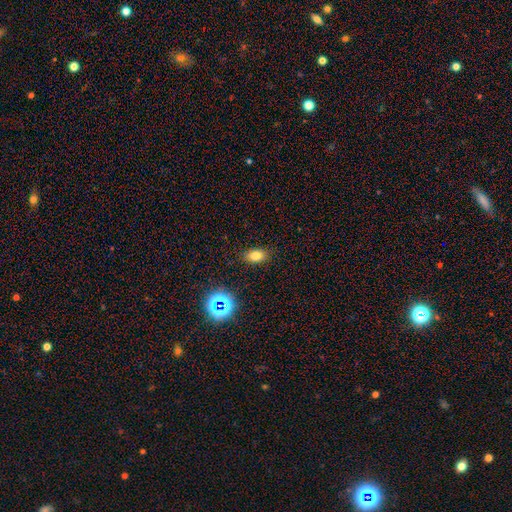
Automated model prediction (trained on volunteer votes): Smooth or featured? Predicted: smooth (p=0.77). How rounded? Predicted: in between (p=0.83). Merging? Predicted: none (p=0.86).